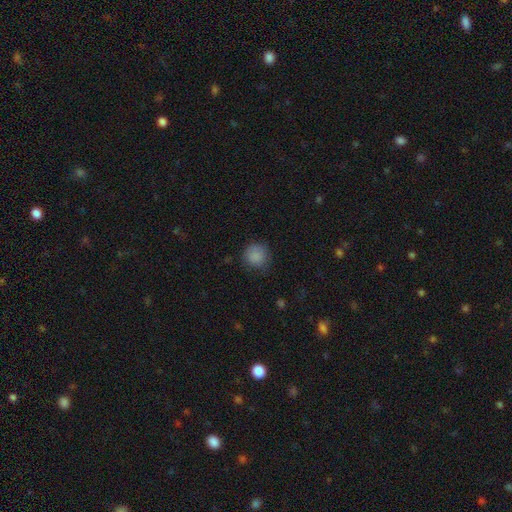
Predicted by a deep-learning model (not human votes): Q: Smooth or featured?
A: smooth (85%); runner-up: star or artifact (10%)
Q: How rounded?
A: round (89%); runner-up: in between (10%)
Q: Merging?
A: none (73%); runner-up: minor disturbance (20%)